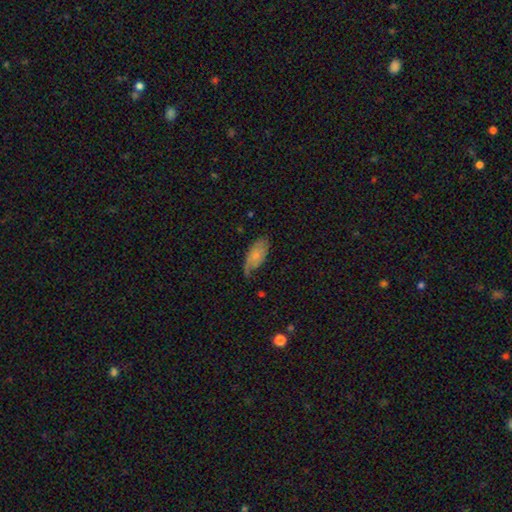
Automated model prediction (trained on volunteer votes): A smooth galaxy with no disk features (60%) that is in between round and cigar-shaped (91%).

Vote fractions:
- Smooth or featured? smooth: 60% / featured or disk: 34% / star or artifact: 7%
- How rounded? in between: 91% / cigar-shaped: 6% / round: 3%
- Merging? none: 50% / minor disturbance: 35% / major disturbance: 13% / merger: 2%